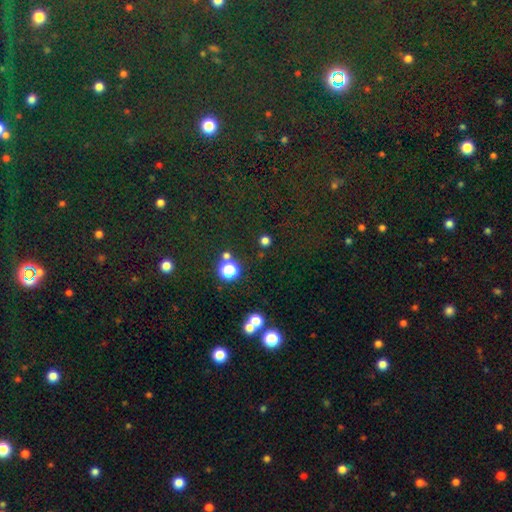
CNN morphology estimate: type=star or artifact (74%).